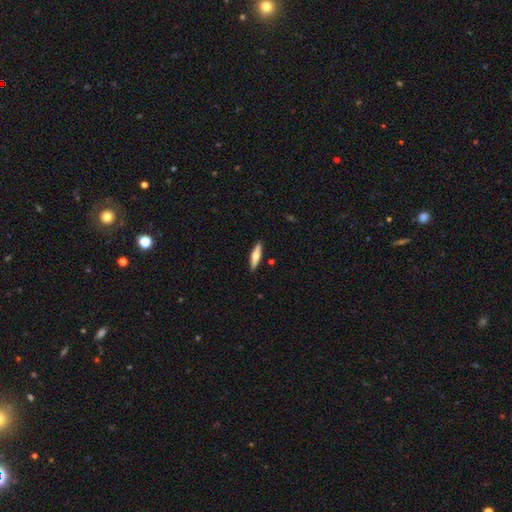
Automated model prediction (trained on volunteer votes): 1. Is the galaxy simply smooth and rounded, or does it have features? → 51% smooth, 43% featured or disk, 6% star or artifact.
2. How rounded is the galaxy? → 74% cigar-shaped, 24% in between, 2% round.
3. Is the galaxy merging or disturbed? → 89% none, 8% minor disturbance, 2% major disturbance, 2% merger.